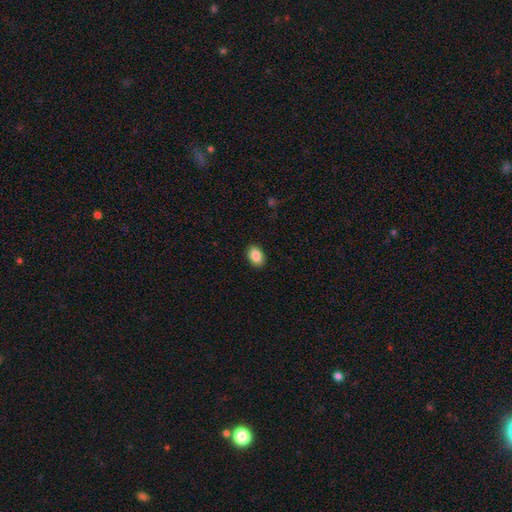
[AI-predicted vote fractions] smooth-or-featured: smooth: 88% | star or artifact: 8% | featured or disk: 5%
  how-rounded: in between: 84% | round: 15% | cigar-shaped: 1%
  merging: none: 90% | minor disturbance: 7% | major disturbance: 2% | merger: 1%